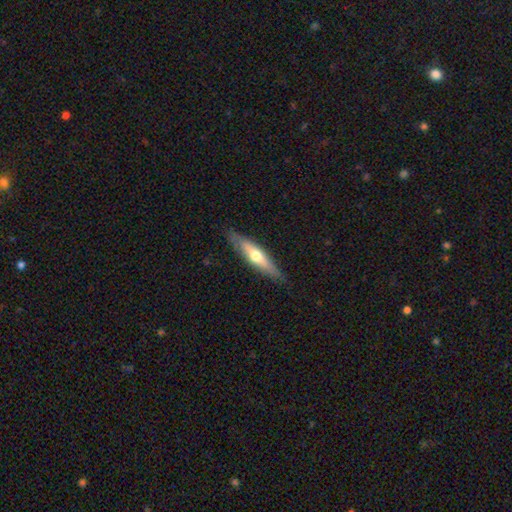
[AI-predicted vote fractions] This is possibly a featured or disk galaxy (51%). It is clearly viewed edge-on (84%). Merging: clearly none (85%).